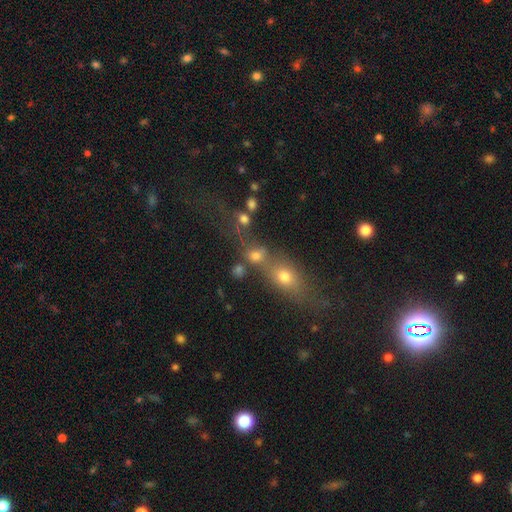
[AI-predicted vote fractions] A smooth galaxy with no disk features (69%) that is round (54%).

Vote fractions:
- Smooth or featured? smooth: 69% / star or artifact: 18% / featured or disk: 12%
- How rounded? round: 54% / in between: 42% / cigar-shaped: 4%
- Merging? merger: 46% / none: 35% / minor disturbance: 10% / major disturbance: 9%